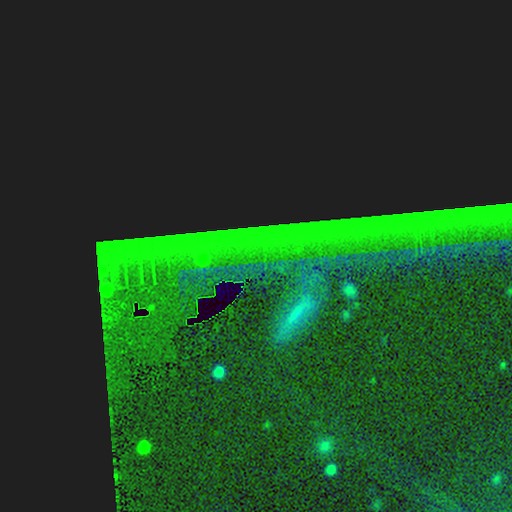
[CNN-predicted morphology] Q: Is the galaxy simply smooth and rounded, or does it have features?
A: star or artifact — 84%.